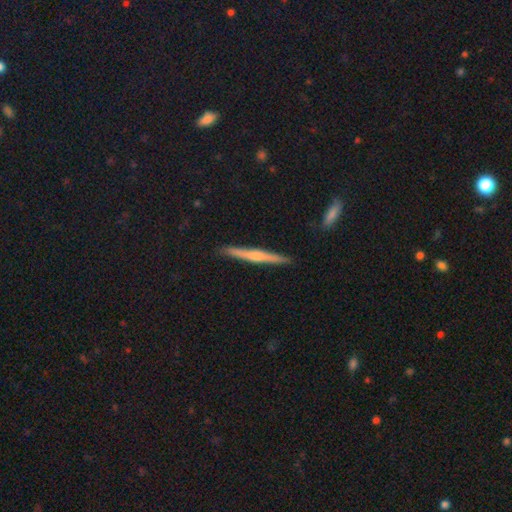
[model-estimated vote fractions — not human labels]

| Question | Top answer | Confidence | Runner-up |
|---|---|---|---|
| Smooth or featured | featured or disk | 58% | smooth (36%) |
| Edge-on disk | yes | 98% | no (2%) |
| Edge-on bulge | rounded | 62% | none (27%) |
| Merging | none | 91% | minor disturbance (7%) |